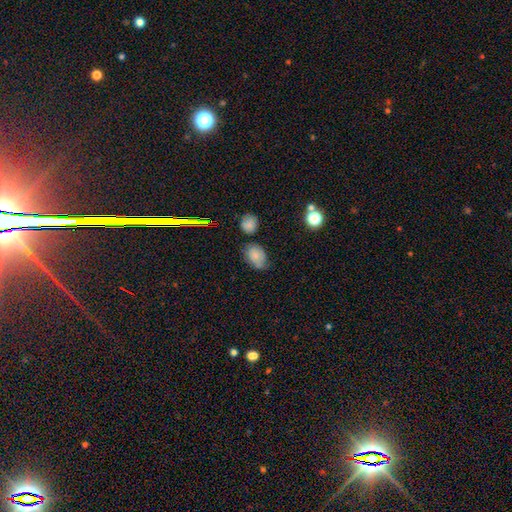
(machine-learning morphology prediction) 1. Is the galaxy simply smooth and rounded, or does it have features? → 76% smooth, 12% star or artifact, 12% featured or disk.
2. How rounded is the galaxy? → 77% in between, 22% round, 1% cigar-shaped.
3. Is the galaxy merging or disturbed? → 53% none, 32% minor disturbance, 8% merger, 7% major disturbance.